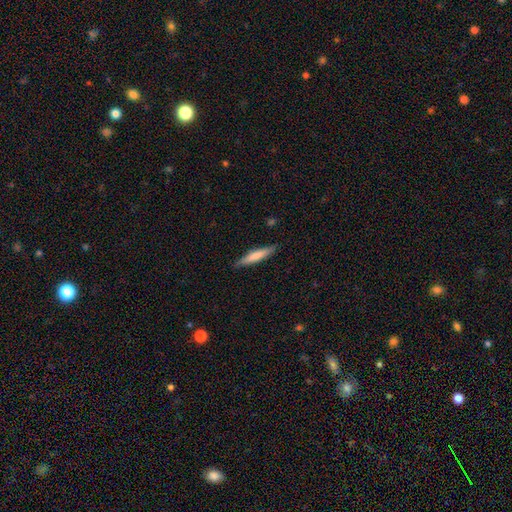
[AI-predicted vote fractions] The model was most divided on "smooth or featured": smooth: 67%, featured or disk: 27%, star or artifact: 5%. More confident: how rounded — cigar-shaped (90%); merging — none (88%).